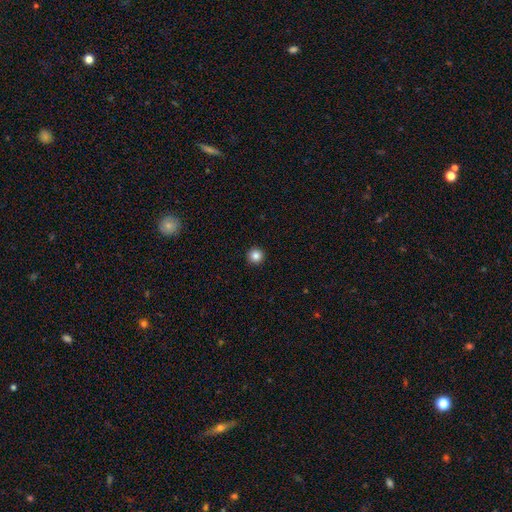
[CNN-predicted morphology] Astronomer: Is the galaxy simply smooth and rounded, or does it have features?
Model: smooth — 84%.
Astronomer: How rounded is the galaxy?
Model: round — 96%.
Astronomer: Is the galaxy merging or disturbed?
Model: none — 94%.